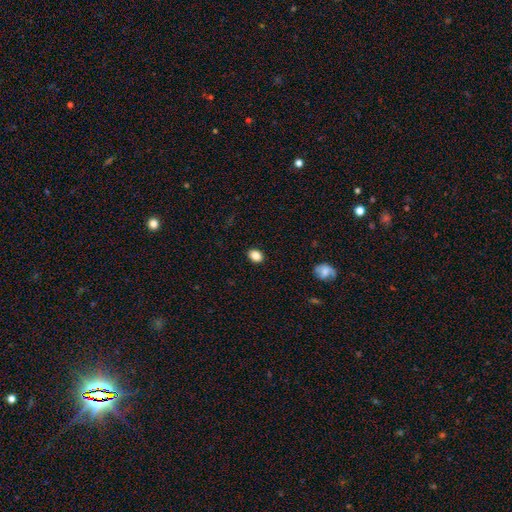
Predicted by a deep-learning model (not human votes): Q: Smooth or featured?
A: smooth (87%); runner-up: star or artifact (9%)
Q: How rounded?
A: in between (66%); runner-up: round (33%)
Q: Merging?
A: none (89%); runner-up: minor disturbance (8%)